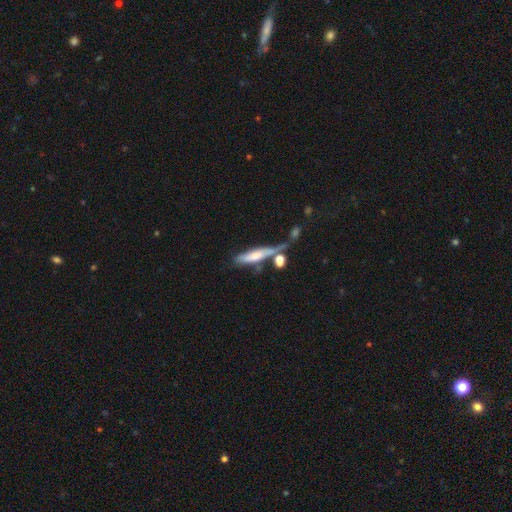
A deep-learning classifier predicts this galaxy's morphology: A smooth galaxy with no disk features (53%) that is cigar-shaped (73%). Merging: none (40%).